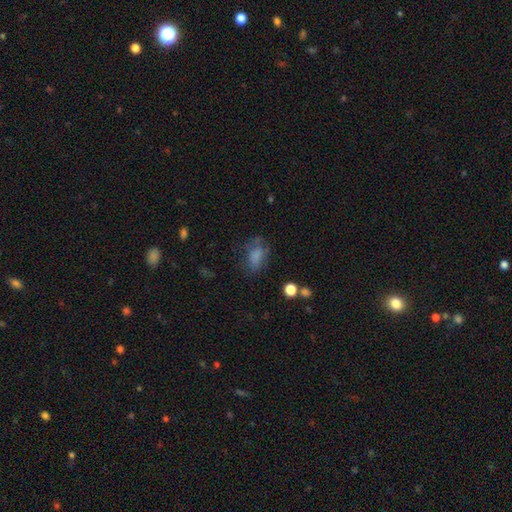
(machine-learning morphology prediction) smooth 71%, featured or disk 15%, star or artifact 13%. Down the decision tree: how rounded — in between (83%); merging — none (54%).